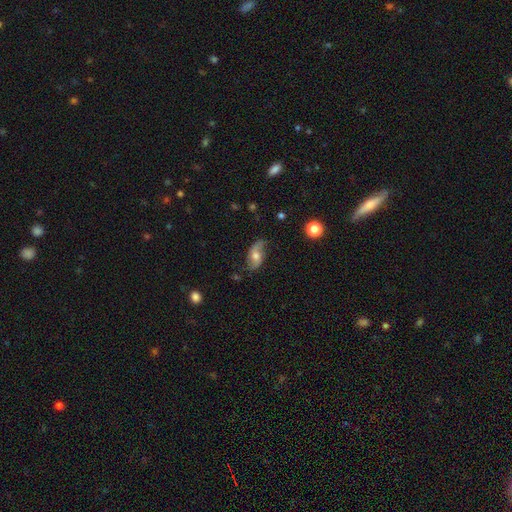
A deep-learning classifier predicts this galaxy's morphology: smooth-or-featured: featured or disk: 63% | smooth: 29% | star or artifact: 8%
  disk-edge-on: no: 93% | yes: 7%
    bar: no: 63% | weak: 29% | strong: 8%
    has-spiral-arms: yes: 88% | no: 12%
      spiral-winding: loose: 75% | medium: 19% | tight: 6%
      spiral-arm-count: 2: 89% | can't tell: 4% | 1: 4% | 3: 1% | 4: 1% | more than 4: 1%
    bulge-size: moderate: 68% | small: 20% | large: 8% | none: 2% | dominant: 1%
  merging: none: 67% | minor disturbance: 23% | major disturbance: 7% | merger: 2%